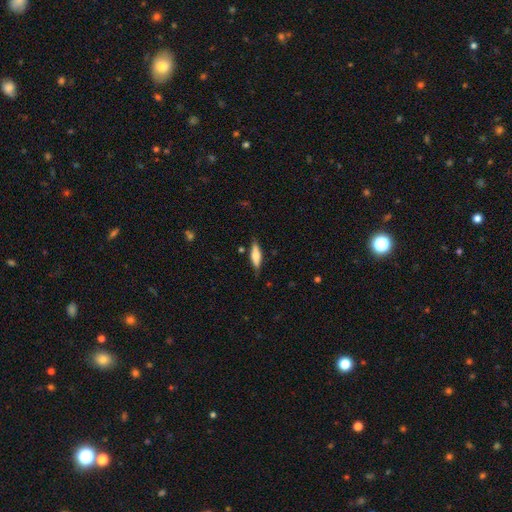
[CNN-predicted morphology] Smooth or featured: smooth — 64% (featured or disk — 29%)
How rounded: cigar-shaped — 56% (in between — 41%)
Merging: none — 80% (minor disturbance — 15%)